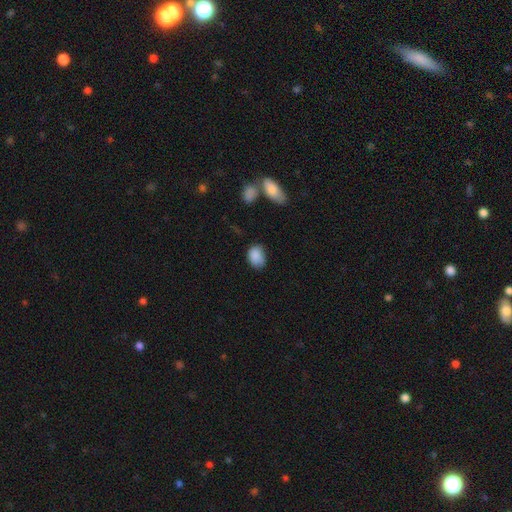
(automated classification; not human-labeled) Smooth or featured? Predicted: smooth (p=0.86). How rounded? Predicted: in between (p=0.74). Merging? Predicted: none (p=0.60).